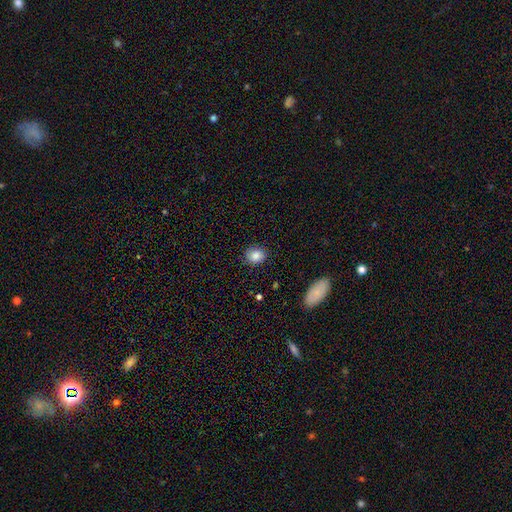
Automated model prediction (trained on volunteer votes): Smooth or featured?
  - smooth: 84% *
  - star or artifact: 9%
  - featured or disk: 6%
How rounded?
  - round: 65% *
  - in between: 34%
  - cigar-shaped: 1%
Merging?
  - none: 84% *
  - minor disturbance: 12%
  - major disturbance: 3%
  - merger: 1%